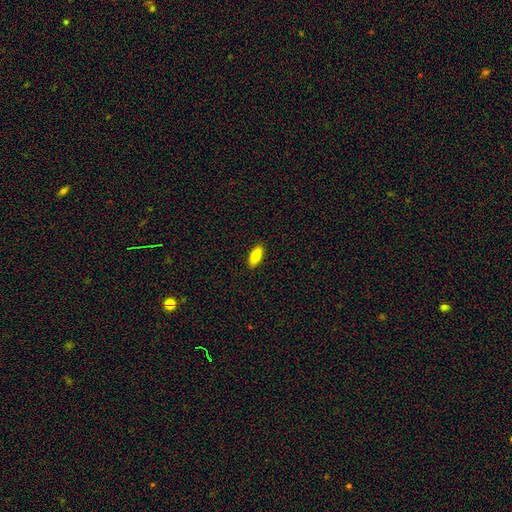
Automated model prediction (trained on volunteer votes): Q: Smooth or featured?
A: smooth (80%); runner-up: featured or disk (13%)
Q: How rounded?
A: in between (79%); runner-up: cigar-shaped (19%)
Q: Merging?
A: none (90%); runner-up: minor disturbance (7%)